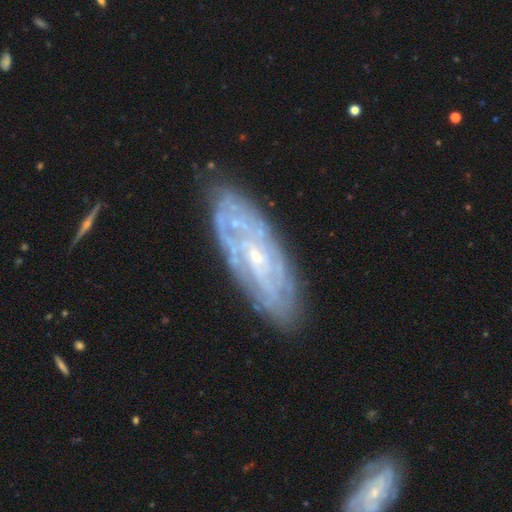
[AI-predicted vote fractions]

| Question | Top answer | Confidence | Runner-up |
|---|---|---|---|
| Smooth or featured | featured or disk | 80% | smooth (13%) |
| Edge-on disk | no | 85% | yes (15%) |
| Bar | no | 61% | weak (30%) |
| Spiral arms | yes | 85% | no (15%) |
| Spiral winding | tight | 71% | medium (22%) |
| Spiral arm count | can't tell | 58% | 2 (15%) |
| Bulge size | small | 76% | moderate (18%) |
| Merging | none | 79% | minor disturbance (15%) |